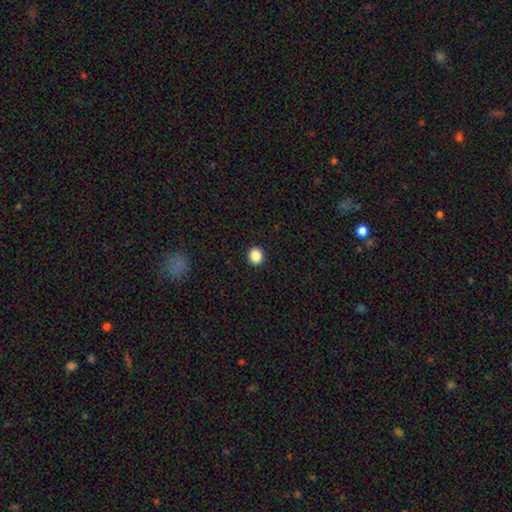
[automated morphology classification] Q: Smooth or featured?
A: smooth (87%); runner-up: star or artifact (10%)
Q: How rounded?
A: round (91%); runner-up: in between (8%)
Q: Merging?
A: none (94%); runner-up: minor disturbance (4%)